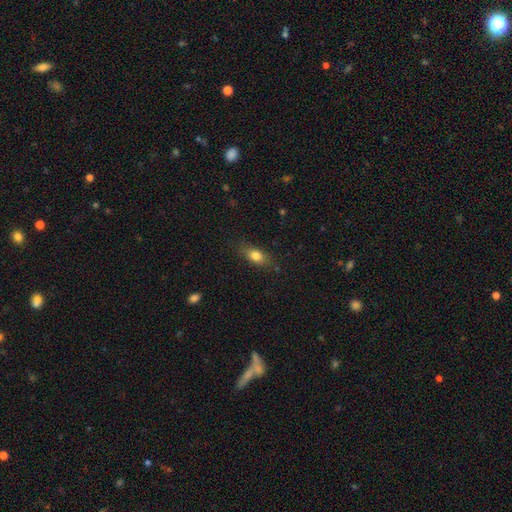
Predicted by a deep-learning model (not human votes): smooth-or-featured: smooth: 79% | featured or disk: 12% | star or artifact: 9%
  how-rounded: in between: 78% | cigar-shaped: 12% | round: 10%
  merging: none: 78% | minor disturbance: 16% | major disturbance: 4% | merger: 1%